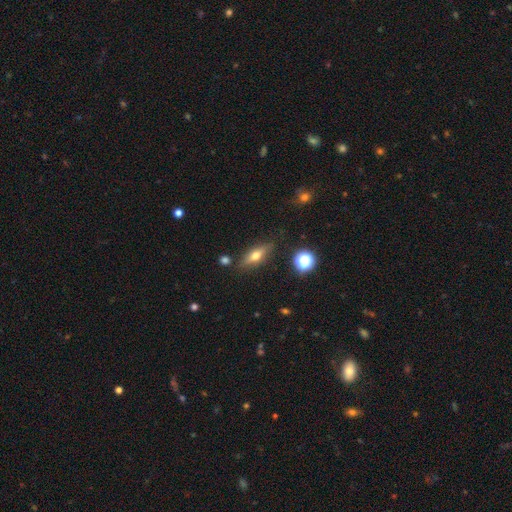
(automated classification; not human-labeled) This is possibly a smooth galaxy (48%). Merging: clearly none (83%).